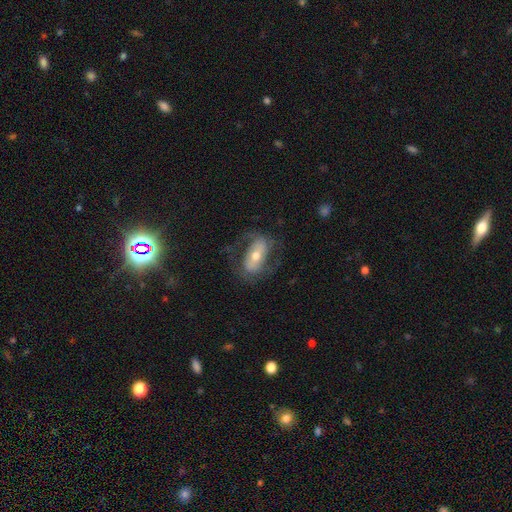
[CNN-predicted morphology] This is likely a featured or disk galaxy (60%). It is clearly not viewed edge-on (91%). Bar: marginally strong (35%, tied with no). Spiral arm pattern: likely yes (67%). Central bulge: likely moderate (64%). Merging: likely none (63%).